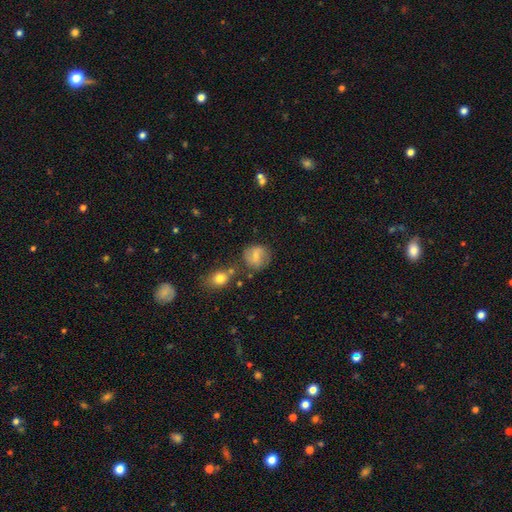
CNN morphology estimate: A smooth galaxy with no disk features (62%) that is round (82%). Merging: none (70%).